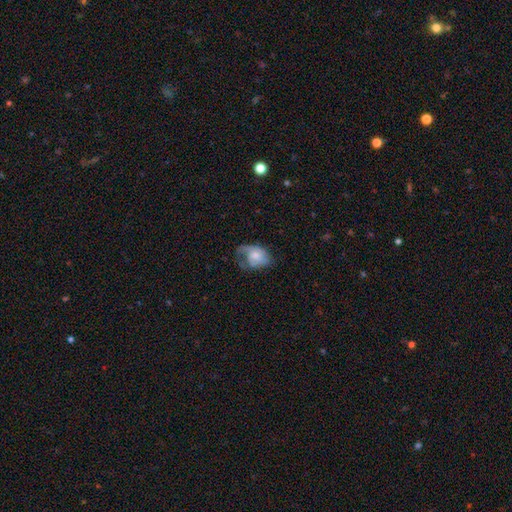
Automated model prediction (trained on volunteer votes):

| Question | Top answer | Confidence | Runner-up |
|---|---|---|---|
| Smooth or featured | smooth | 48% | featured or disk (45%) |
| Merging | major disturbance | 37% | none (31%) |